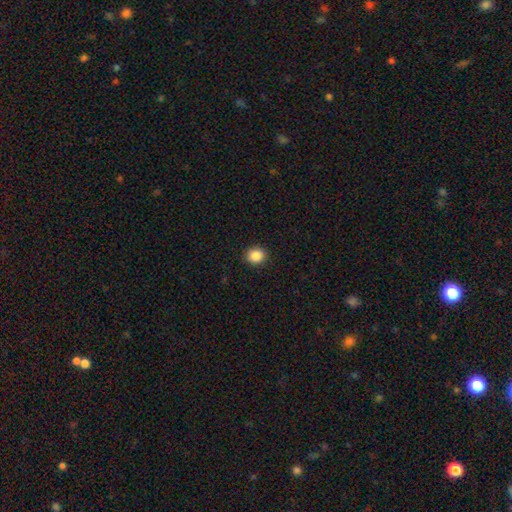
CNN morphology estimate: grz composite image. It shows a smooth galaxy with no disk features (87%) that is round (70%). Merging: none (92%).